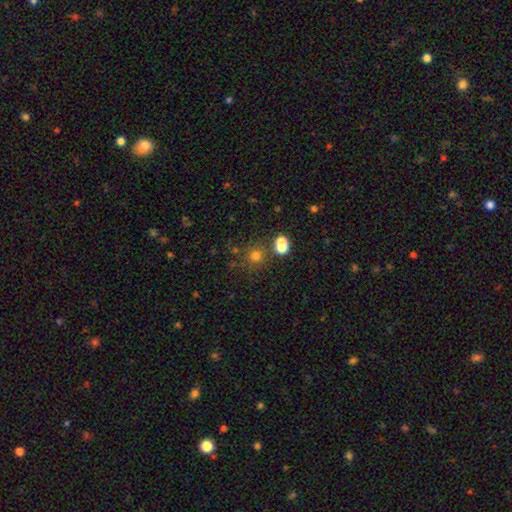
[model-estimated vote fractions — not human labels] Smooth or featured: smooth — 70% (star or artifact — 20%)
How rounded: round — 87% (in between — 12%)
Merging: none — 67% (merger — 19%)